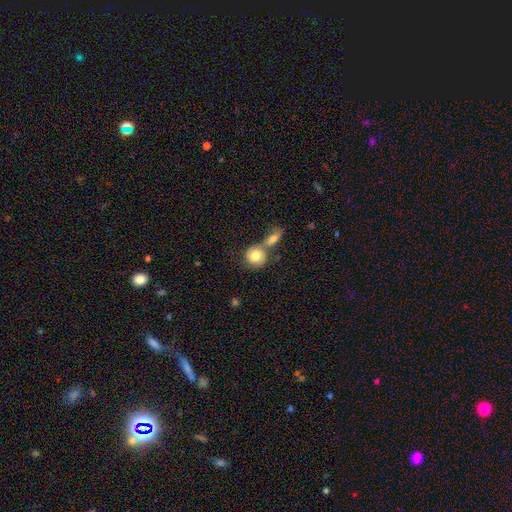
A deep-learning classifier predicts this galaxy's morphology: Q: Smooth or featured?
A: smooth (78%); runner-up: featured or disk (15%)
Q: How rounded?
A: round (81%); runner-up: in between (18%)
Q: Merging?
A: merger (45%); runner-up: none (40%)